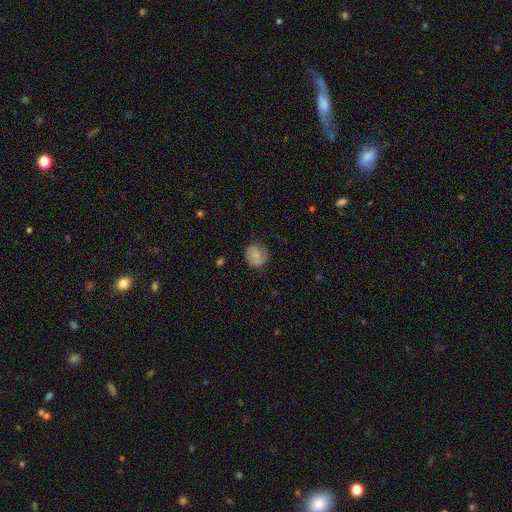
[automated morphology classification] A smooth galaxy with no disk features (71%) that is round (85%).

Vote fractions:
- Smooth or featured? smooth: 71% / featured or disk: 22% / star or artifact: 8%
- How rounded? round: 85% / in between: 14% / cigar-shaped: 1%
- Merging? none: 79% / minor disturbance: 15% / major disturbance: 4% / merger: 1%